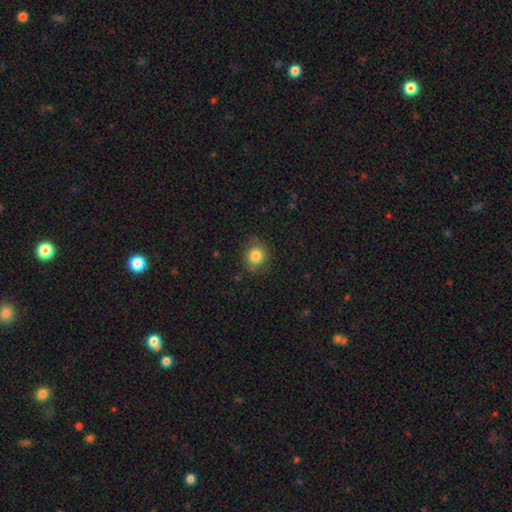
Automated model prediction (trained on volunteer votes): Overall: smooth (82%). How rounded: round (78%). Merging: none (74%).